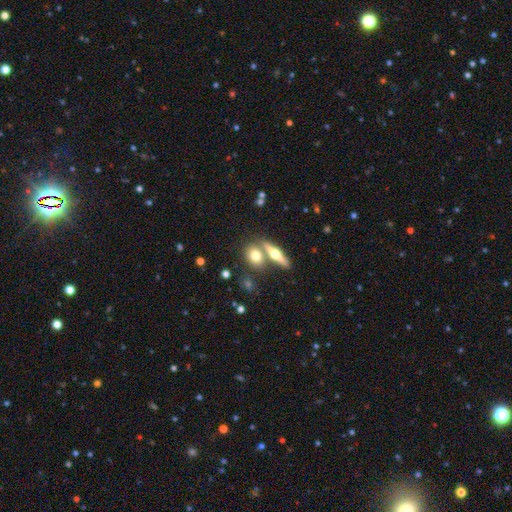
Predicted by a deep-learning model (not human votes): Smooth or featured?
  - smooth: 63% *
  - featured or disk: 30%
  - star or artifact: 8%
How rounded?
  - in between: 48% *
  - round: 34%
  - cigar-shaped: 19%
Merging?
  - none: 58% *
  - merger: 29%
  - minor disturbance: 9%
  - major disturbance: 3%